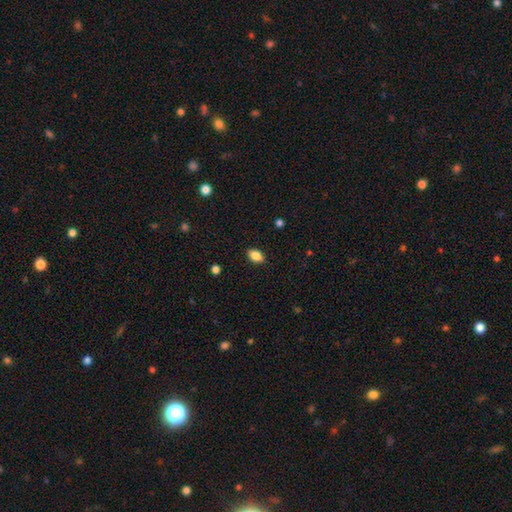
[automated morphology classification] This appears to be a smooth galaxy with no disk features (86%) that is in between round and cigar-shaped (87%). Merging: none (89%).